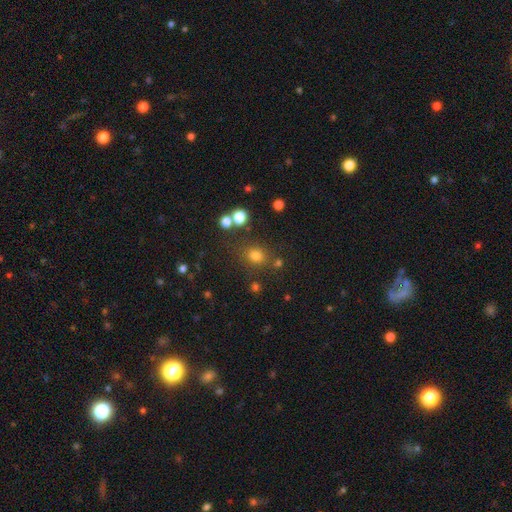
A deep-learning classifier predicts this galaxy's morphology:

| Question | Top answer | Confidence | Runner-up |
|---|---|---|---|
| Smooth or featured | smooth | 73% | star or artifact (20%) |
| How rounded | round | 73% | in between (26%) |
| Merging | none | 77% | minor disturbance (11%) |